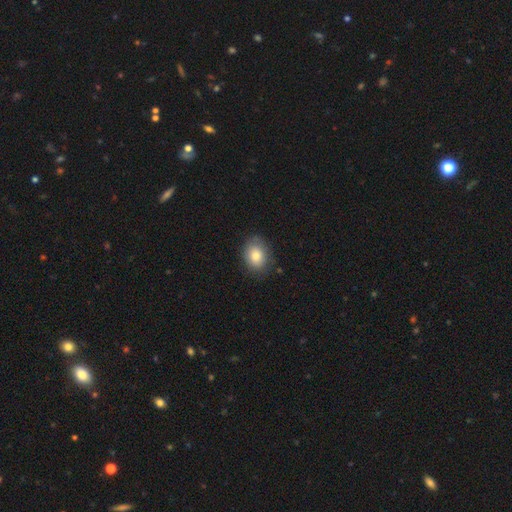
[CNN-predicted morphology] Smooth or featured? smooth (80%)
How rounded? in between (59%)
Merging? none (81%)